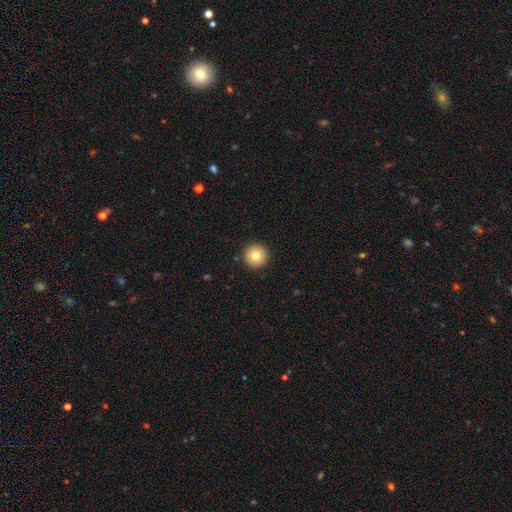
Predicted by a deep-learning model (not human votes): smooth 79%, featured or disk 11%, star or artifact 9%. Down the decision tree: how rounded — round (97%); merging — none (93%).